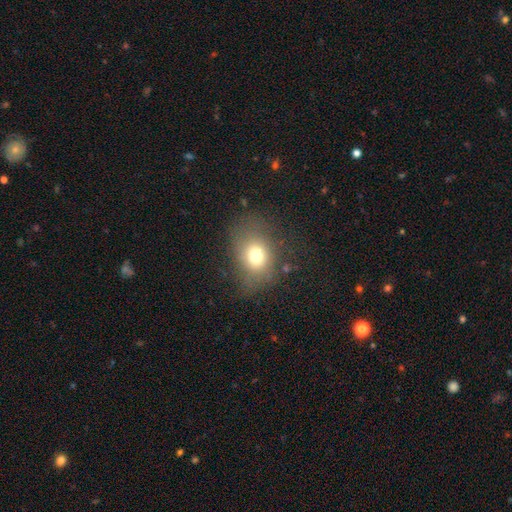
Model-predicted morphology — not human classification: Smooth or featured: smooth — 71% (star or artifact — 15%)
How rounded: in between — 52% (round — 47%)
Merging: none — 67% (minor disturbance — 19%)